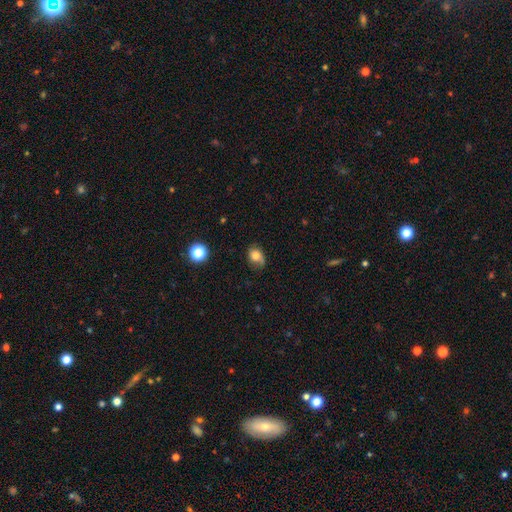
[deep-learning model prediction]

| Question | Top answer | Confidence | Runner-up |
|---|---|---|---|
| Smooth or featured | smooth | 68% | featured or disk (20%) |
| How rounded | in between | 55% | round (44%) |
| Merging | none | 57% | minor disturbance (30%) |